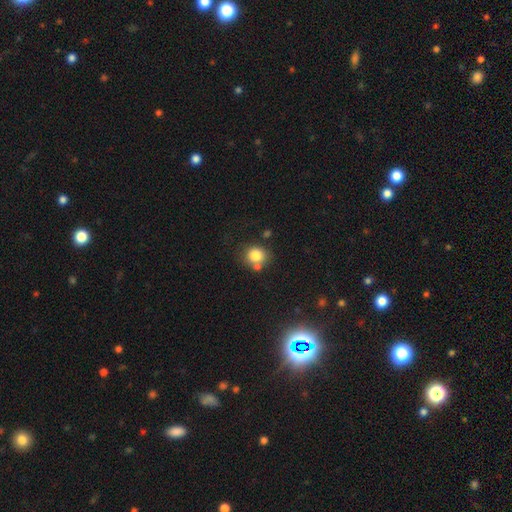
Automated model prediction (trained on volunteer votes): smooth_or_featured: smooth (p=0.81) [alt: star or artifact p=0.11]
how_rounded: round (p=0.82) [alt: in between p=0.17]
merging: none (p=0.61) [alt: merger p=0.21]